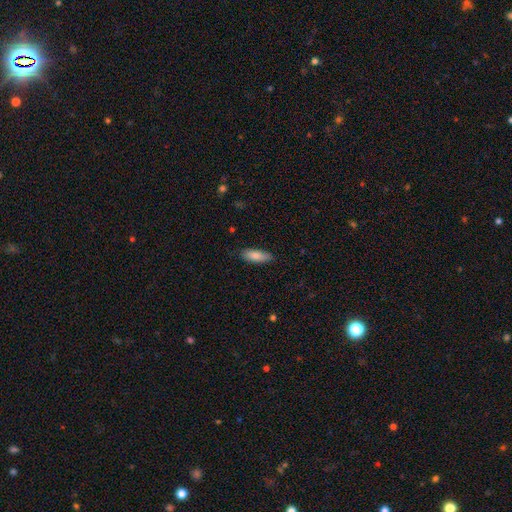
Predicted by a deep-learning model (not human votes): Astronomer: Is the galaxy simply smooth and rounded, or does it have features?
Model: smooth — 85%.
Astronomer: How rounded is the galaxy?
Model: in between — 62%.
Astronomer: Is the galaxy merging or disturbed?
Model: none — 84%.